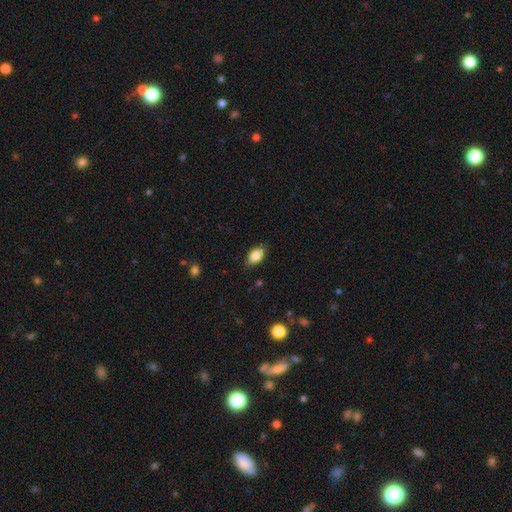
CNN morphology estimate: A smooth galaxy with no disk features (84%) that is in between round and cigar-shaped (90%). Merging: none (85%).